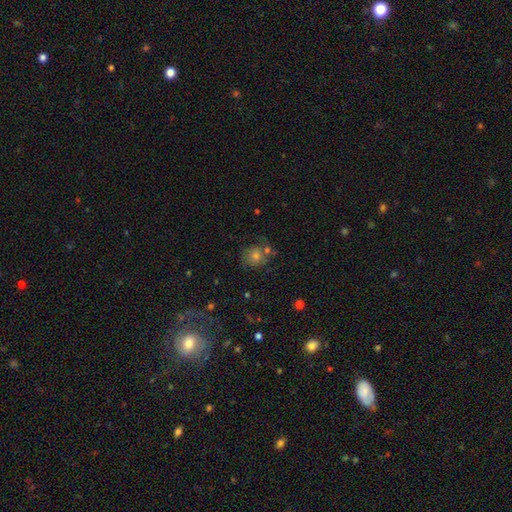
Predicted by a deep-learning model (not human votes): smooth-or-featured: smooth: 46% | featured or disk: 33% | star or artifact: 22%
  merging: none: 61% | minor disturbance: 17% | major disturbance: 11% | merger: 11%